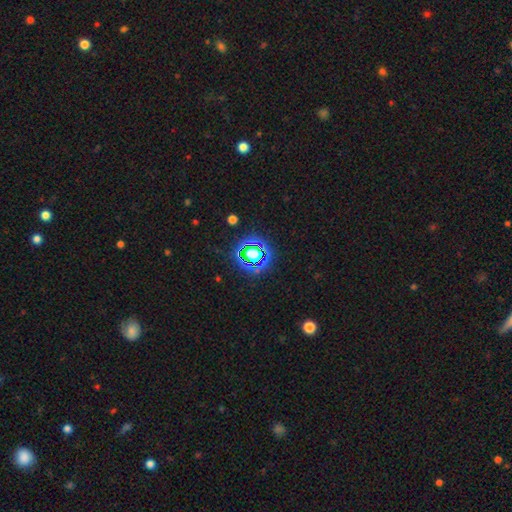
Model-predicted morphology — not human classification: This is possibly a star or artifact rather than a galaxy (59%).